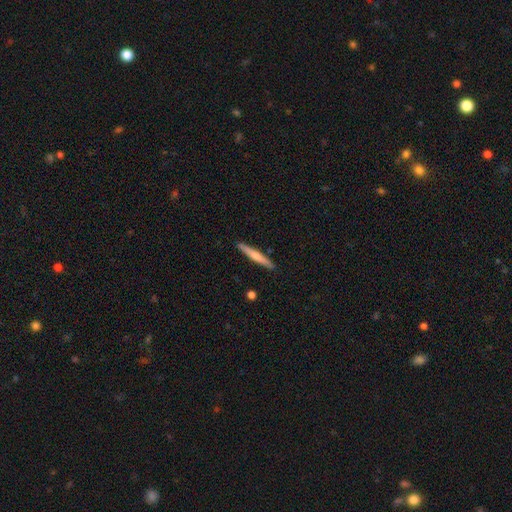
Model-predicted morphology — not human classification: Smooth or featured: smooth — 57% (featured or disk — 38%)
How rounded: cigar-shaped — 95% (in between — 4%)
Merging: none — 90% (minor disturbance — 7%)